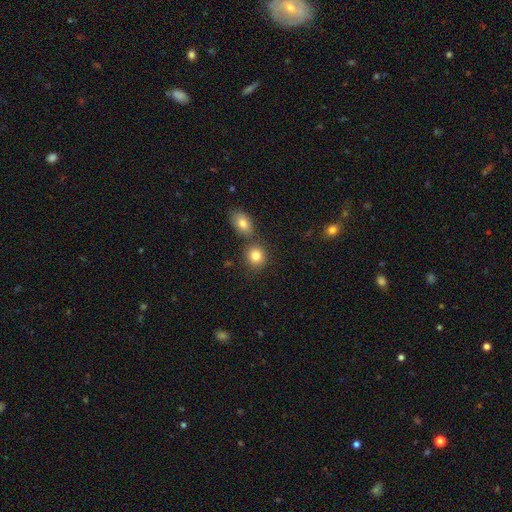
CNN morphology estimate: smooth 83%, star or artifact 10%, featured or disk 7%. Down the decision tree: how rounded — round (76%); merging — none (69%).